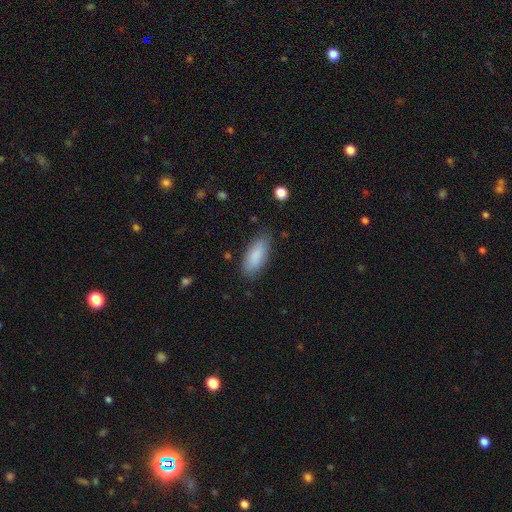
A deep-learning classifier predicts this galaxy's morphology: A smooth galaxy with no disk features (87%) that is in between round and cigar-shaped (81%).

Vote fractions:
- Smooth or featured? smooth: 87% / featured or disk: 7% / star or artifact: 6%
- How rounded? in between: 81% / cigar-shaped: 18% / round: 2%
- Merging? none: 82% / minor disturbance: 14% / major disturbance: 3% / merger: 1%